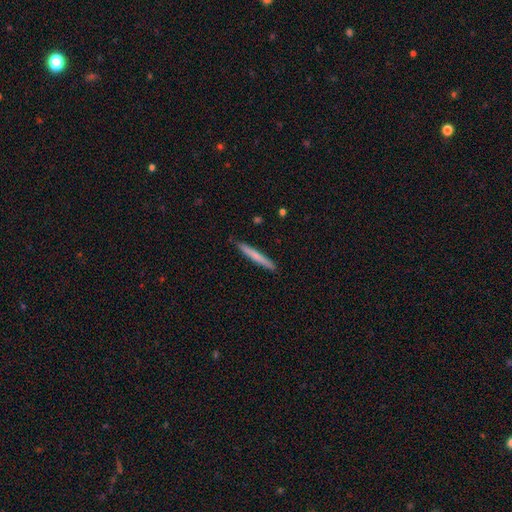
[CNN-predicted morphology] Smooth or featured: smooth — 69% (featured or disk — 26%)
How rounded: cigar-shaped — 96% (in between — 2%)
Merging: none — 91% (minor disturbance — 7%)